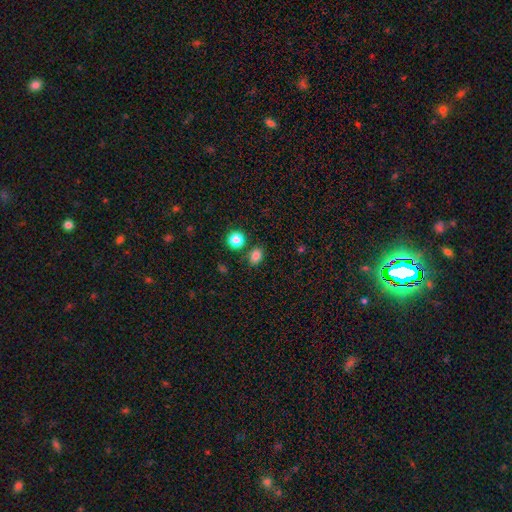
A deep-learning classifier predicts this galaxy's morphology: smooth_or_featured: smooth (p=0.80) [alt: star or artifact p=0.15]
how_rounded: in between (p=0.55) [alt: round p=0.44]
merging: none (p=0.79) [alt: minor disturbance p=0.11]